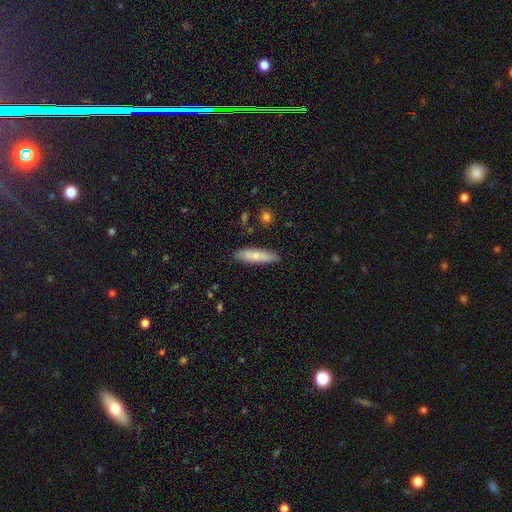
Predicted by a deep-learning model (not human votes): A smooth galaxy with no disk features (70%) that is cigar-shaped (63%).

Vote fractions:
- Smooth or featured? smooth: 70% / featured or disk: 24% / star or artifact: 6%
- How rounded? cigar-shaped: 63% / in between: 35% / round: 2%
- Merging? none: 85% / minor disturbance: 11% / major disturbance: 2% / merger: 2%